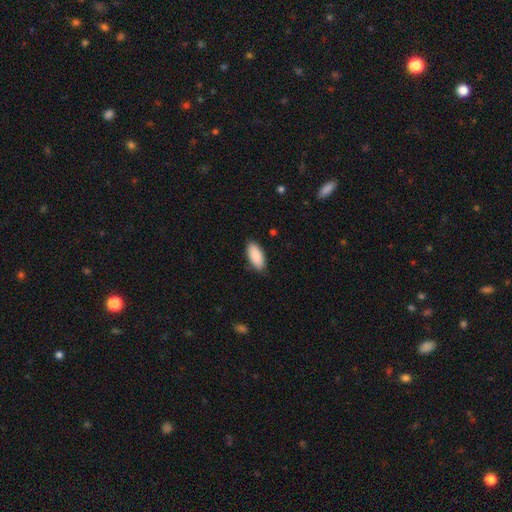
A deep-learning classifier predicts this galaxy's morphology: smooth 90%, star or artifact 6%, featured or disk 5%. Down the decision tree: how rounded — in between (89%); merging — none (84%).